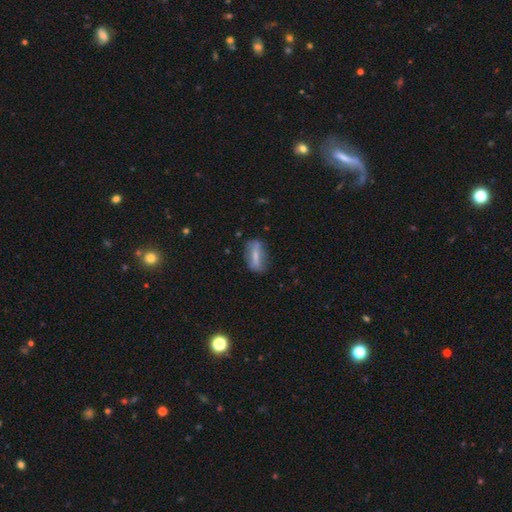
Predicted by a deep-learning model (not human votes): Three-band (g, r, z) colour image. It shows a smooth galaxy with no disk features (54%) that is in between round and cigar-shaped (64%). Merging: none (69%).